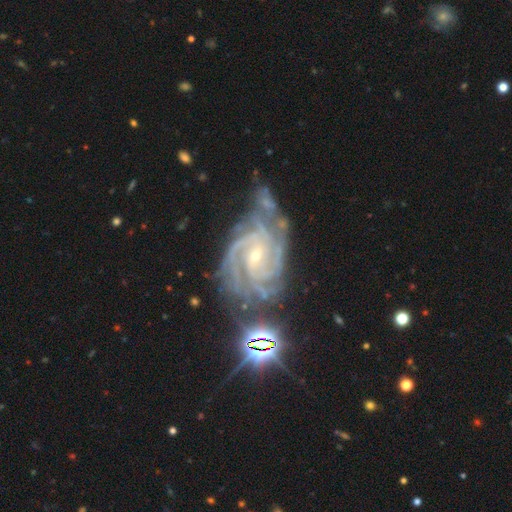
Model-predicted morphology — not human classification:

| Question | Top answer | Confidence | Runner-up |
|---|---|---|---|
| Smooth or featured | featured or disk | 90% | star or artifact (7%) |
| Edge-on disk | no | 98% | yes (2%) |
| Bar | no | 47% | weak (36%) |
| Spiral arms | yes | 99% | no (1%) |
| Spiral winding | tight | 68% | medium (28%) |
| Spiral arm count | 4 | 29% | 3 (24%) |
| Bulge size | small | 80% | moderate (16%) |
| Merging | none | 52% | minor disturbance (27%) |